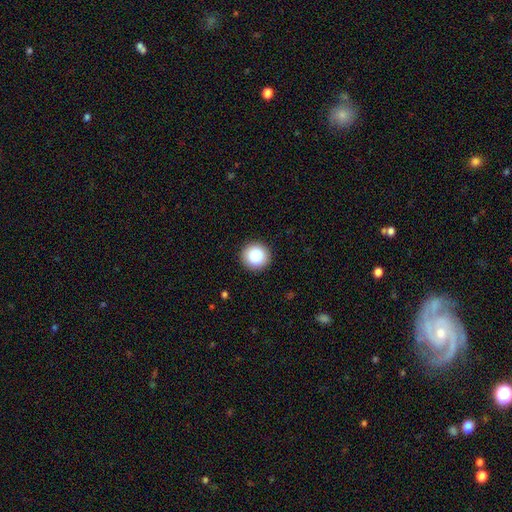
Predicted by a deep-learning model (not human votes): This is clearly a smooth galaxy (88%). How rounded: clearly round (96%). Merging: clearly none (92%).